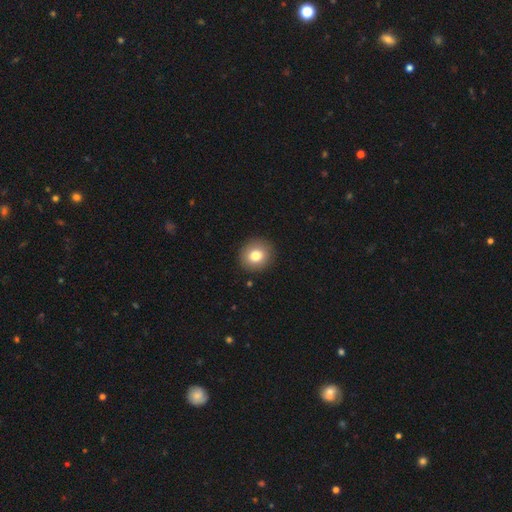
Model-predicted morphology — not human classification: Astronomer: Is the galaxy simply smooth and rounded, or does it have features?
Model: smooth — 80%.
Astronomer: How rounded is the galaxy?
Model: round — 81%.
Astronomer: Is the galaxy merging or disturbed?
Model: none — 91%.